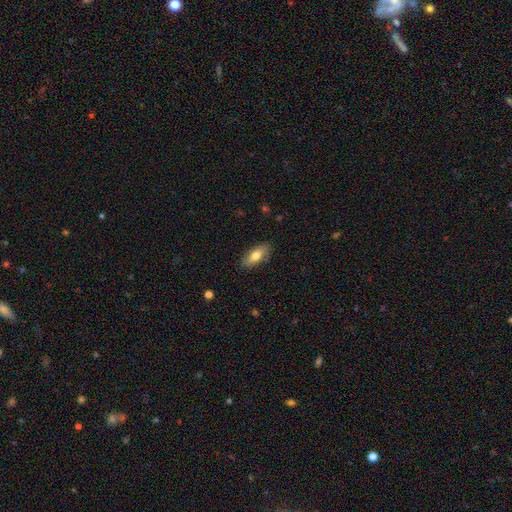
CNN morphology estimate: The model was most divided on "smooth or featured": smooth: 73%, featured or disk: 21%, star or artifact: 6%. More confident: merging — none (85%); how rounded — in between (78%).